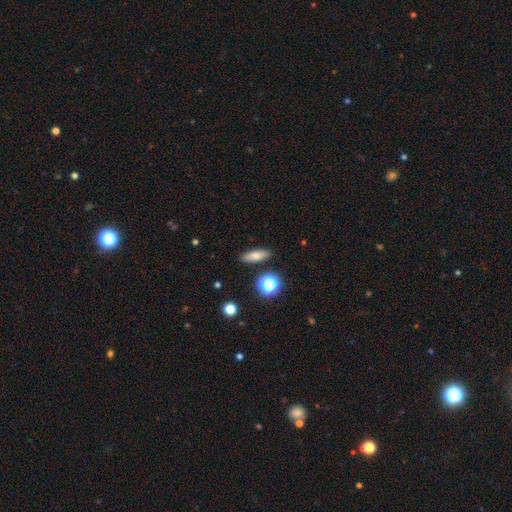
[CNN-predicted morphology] This appears to be a smooth galaxy with no disk features (75%) that is in between round and cigar-shaped (57%). Merging: none (87%).